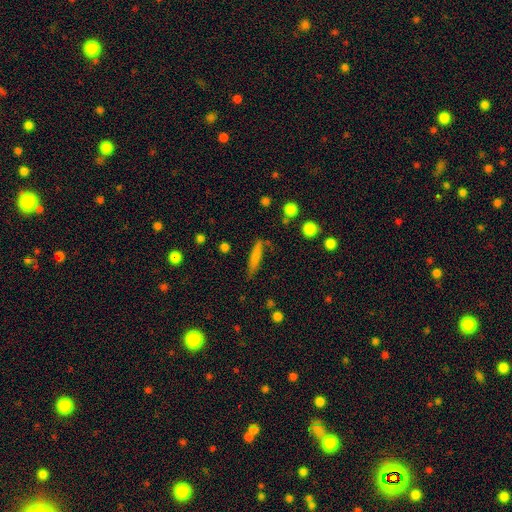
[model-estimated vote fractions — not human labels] A smooth galaxy with no disk features (74%) that is cigar-shaped (84%). Merging: none (71%).